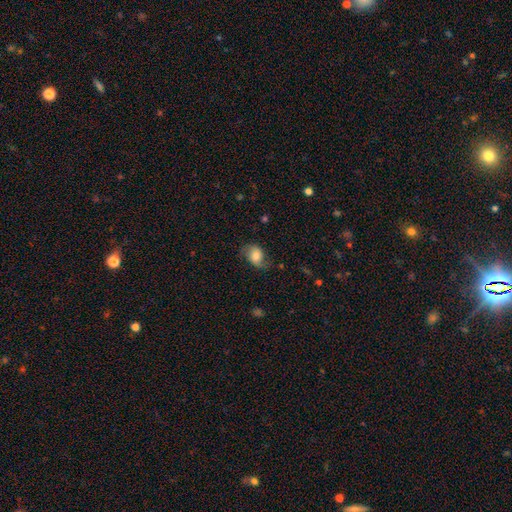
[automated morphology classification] This appears to be a smooth galaxy with no disk features (56%) that is in between round and cigar-shaped (74%). Merging: none (60%).